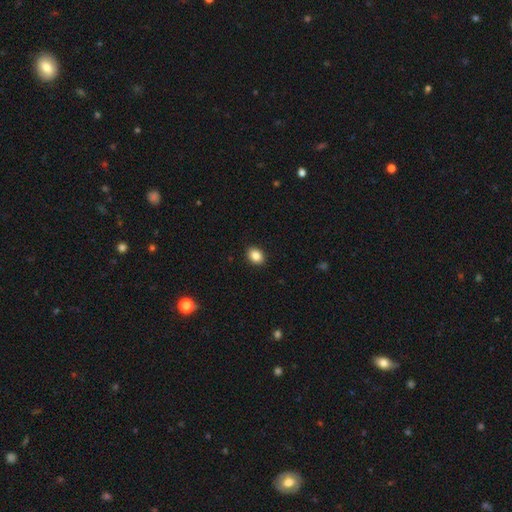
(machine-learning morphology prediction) Overall: smooth (86%). How rounded: in between (62%; round 37%). Merging: none (91%).